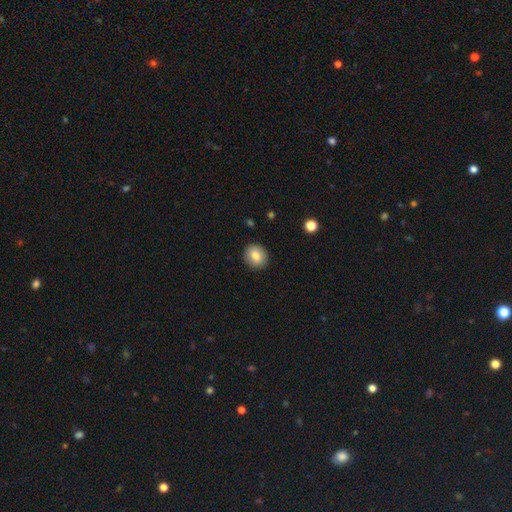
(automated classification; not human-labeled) Morphology: type=smooth (81%); roundness=round (77%); merging=none (89%).